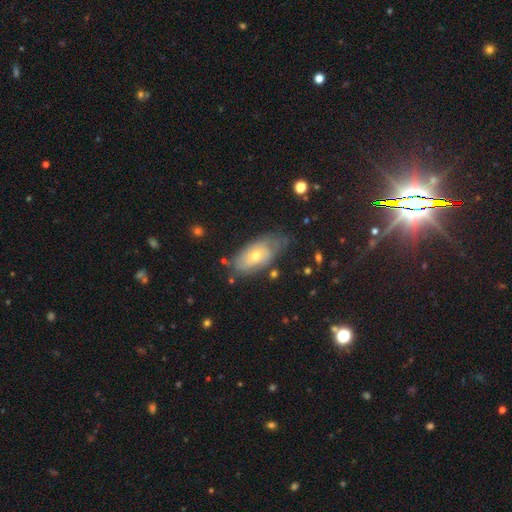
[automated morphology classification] type=featured or disk (49%); merging=none (57%).